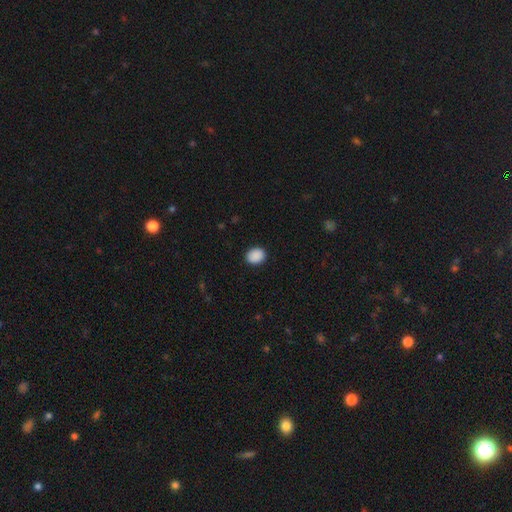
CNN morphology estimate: Smooth or featured?
  - smooth: 90% *
  - star or artifact: 8%
  - featured or disk: 2%
How rounded?
  - round: 55% *
  - in between: 44%
  - cigar-shaped: 1%
Merging?
  - none: 90% *
  - minor disturbance: 7%
  - major disturbance: 2%
  - merger: 1%